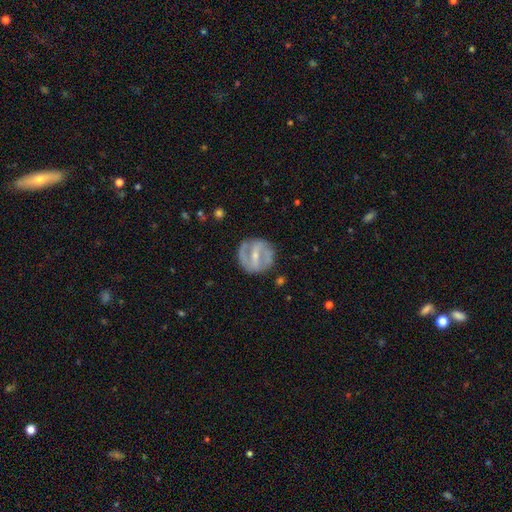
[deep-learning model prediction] Morphology: type=featured or disk (77%); edge-on=no (94%); bar=strong (63%); spiral arms=yes (67%); bulge=small (55%); merging=none (79%).